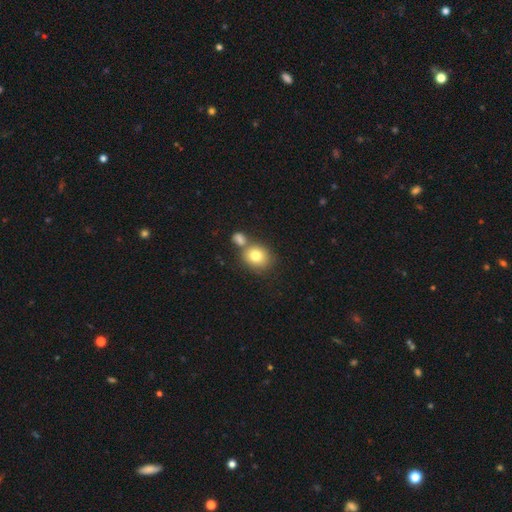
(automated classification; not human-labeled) A smooth galaxy with no disk features (79%) that is round (71%).

Vote fractions:
- Smooth or featured? smooth: 79% / featured or disk: 11% / star or artifact: 10%
- How rounded? round: 71% / in between: 28% / cigar-shaped: 1%
- Merging? none: 52% / merger: 35% / minor disturbance: 10% / major disturbance: 3%